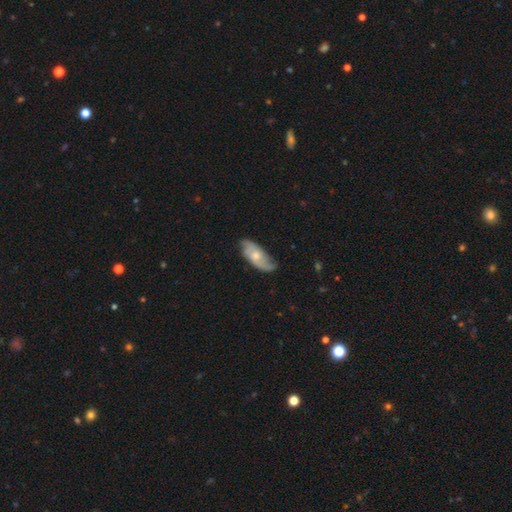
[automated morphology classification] A featured or disk galaxy (61%) with no bar (71%), spiral arms (86%) and a moderate central bulge (59%).

Vote fractions:
- Smooth or featured? featured or disk: 61% / smooth: 33% / star or artifact: 6%
- Edge-on disk? no: 87% / yes: 13%
- Bar? no: 71% / weak: 25% / strong: 4%
- Spiral arms? yes: 86% / no: 14%
- Bulge size? moderate: 59% / small: 33% / large: 4% / none: 3% / dominant: 1%
- Merging? none: 72% / minor disturbance: 22% / major disturbance: 5% / merger: 1%